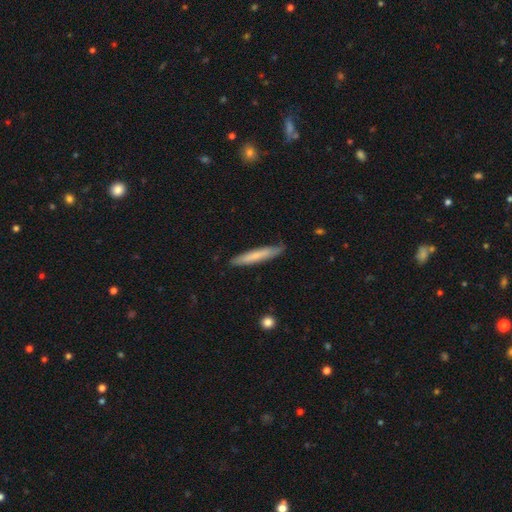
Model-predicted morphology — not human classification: Overall: smooth (68%). How rounded: cigar-shaped (94%). Merging: none (84%).